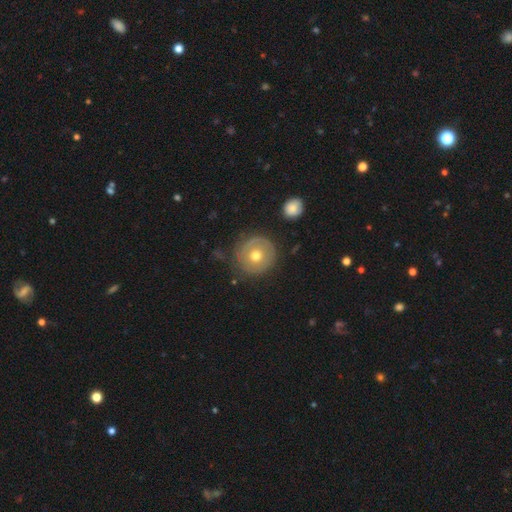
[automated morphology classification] type=smooth (48%); merging=none (78%).